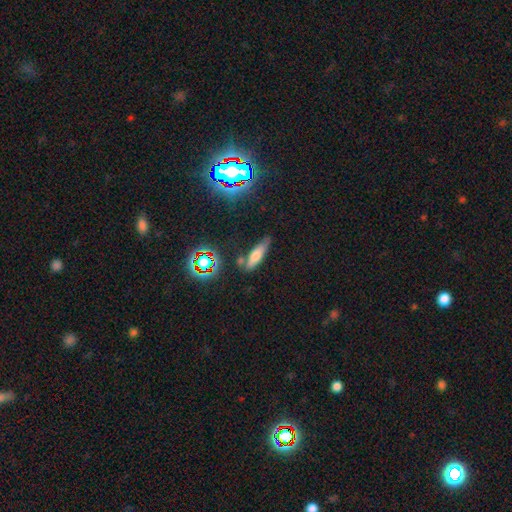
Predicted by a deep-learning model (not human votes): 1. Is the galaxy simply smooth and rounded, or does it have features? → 62% smooth, 19% featured or disk, 18% star or artifact.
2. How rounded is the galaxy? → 52% cigar-shaped, 43% in between, 4% round.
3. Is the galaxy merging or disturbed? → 67% none, 19% minor disturbance, 8% merger, 6% major disturbance.